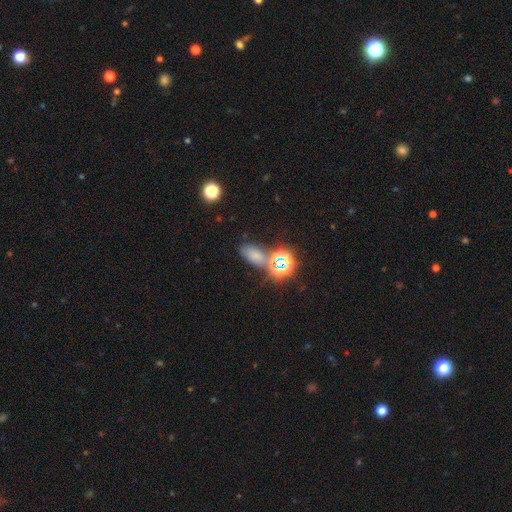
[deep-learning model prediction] The model was most divided on "smooth or featured": smooth: 63%, star or artifact: 28%, featured or disk: 9%. More confident: how rounded — in between (83%); merging — none (66%).